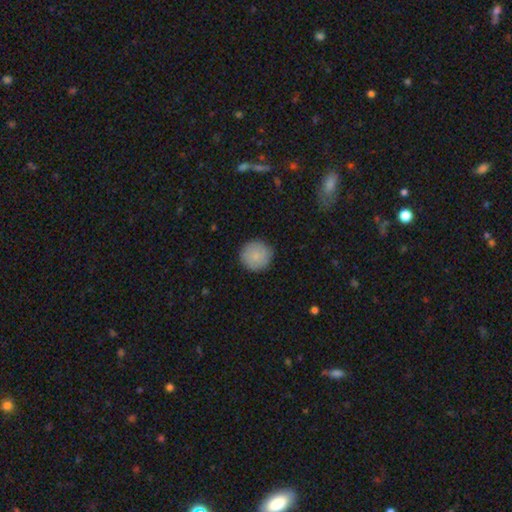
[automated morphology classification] smooth-or-featured: smooth: 85% | featured or disk: 8% | star or artifact: 7%
  how-rounded: round: 95% | in between: 4% | cigar-shaped: 1%
  merging: none: 89% | minor disturbance: 8% | major disturbance: 2% | merger: 1%